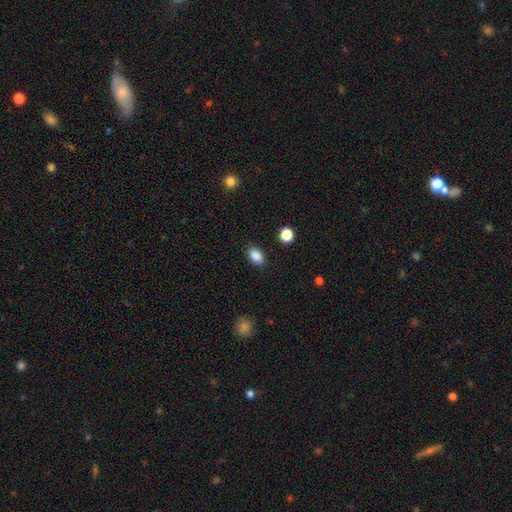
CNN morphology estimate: Overall: smooth (87%). How rounded: in between (85%). Merging: none (87%).